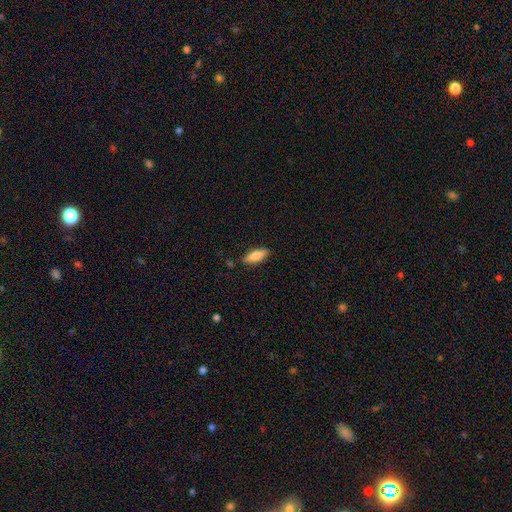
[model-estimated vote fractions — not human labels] A smooth galaxy with no disk features (81%) that is in between round and cigar-shaped (63%).

Vote fractions:
- Smooth or featured? smooth: 81% / featured or disk: 13% / star or artifact: 6%
- How rounded? in between: 63% / cigar-shaped: 35% / round: 2%
- Merging? none: 85% / minor disturbance: 11% / major disturbance: 2% / merger: 2%